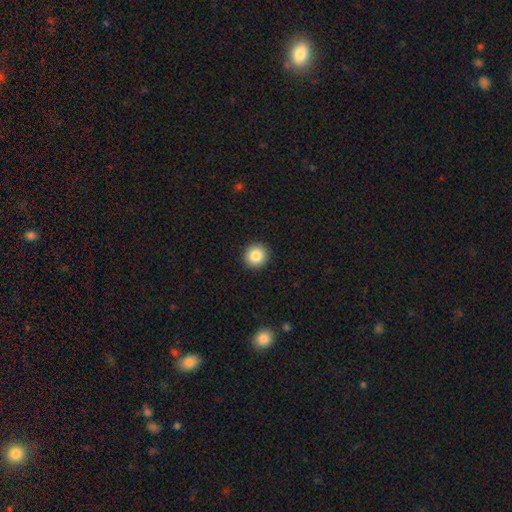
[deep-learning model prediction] The model was most divided on "smooth or featured": smooth: 86%, star or artifact: 9%, featured or disk: 6%. More confident: how rounded — round (95%); merging — none (93%).